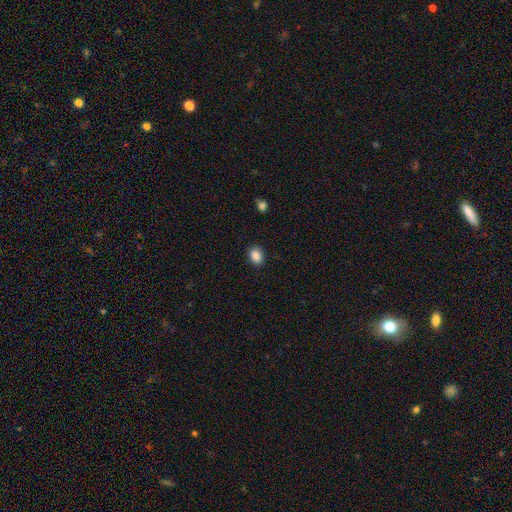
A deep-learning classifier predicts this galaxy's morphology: Smooth or featured? smooth (87%)
How rounded? in between (63%)
Merging? none (89%)